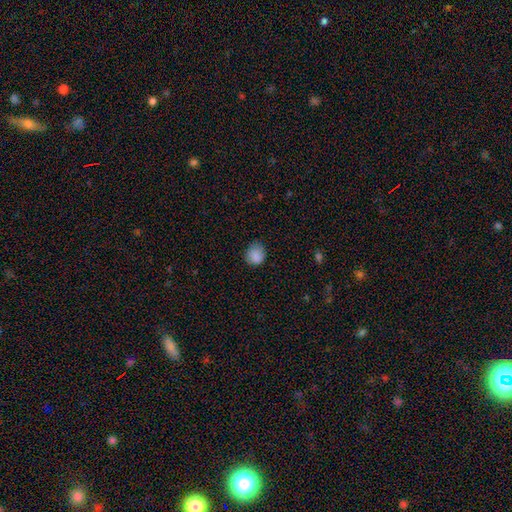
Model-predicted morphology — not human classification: Smooth or featured: smooth — 86% (star or artifact — 9%)
How rounded: round — 73% (in between — 26%)
Merging: none — 68% (minor disturbance — 26%)